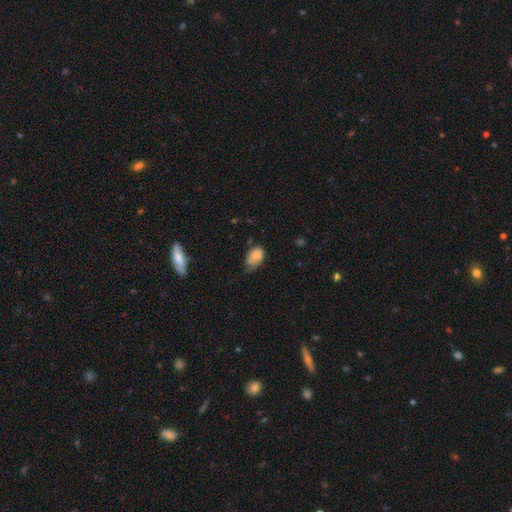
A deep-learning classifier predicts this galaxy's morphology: This appears to be a smooth galaxy with no disk features (79%) that is in between round and cigar-shaped (83%). Merging: minor disturbance (47%).